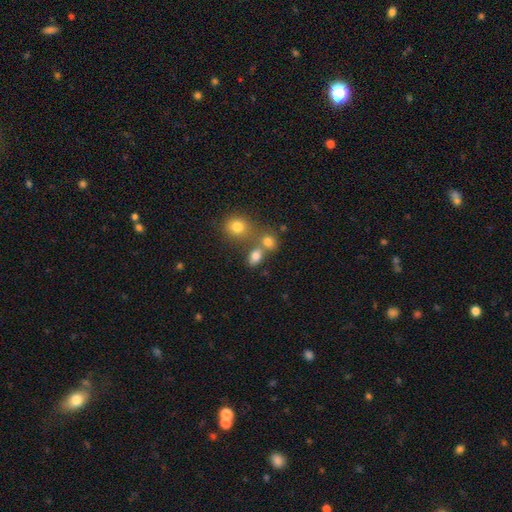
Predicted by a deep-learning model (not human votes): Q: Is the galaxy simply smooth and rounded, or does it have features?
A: smooth — 78%.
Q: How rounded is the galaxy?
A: in between — 69%.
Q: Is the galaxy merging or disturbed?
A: none — 50%.